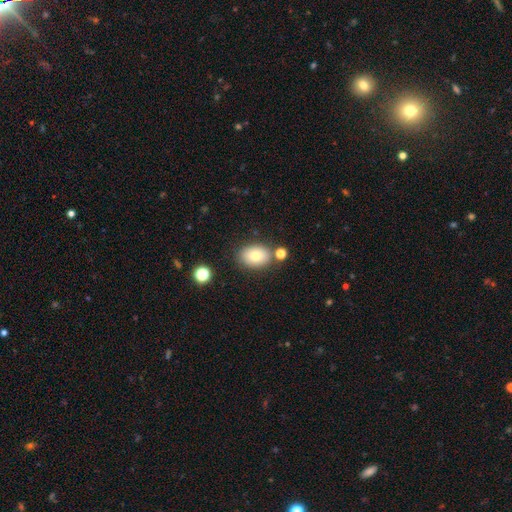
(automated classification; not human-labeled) This is likely a smooth galaxy (78%). How rounded: likely in between (76%). Merging: likely none (77%).